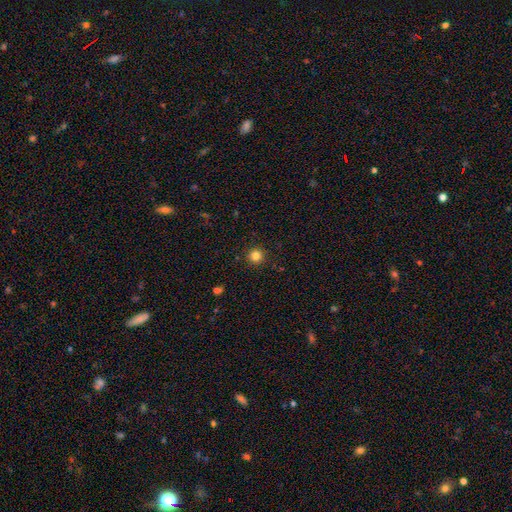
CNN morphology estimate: This is clearly a smooth galaxy (83%). How rounded: clearly round (96%). Merging: clearly none (92%).